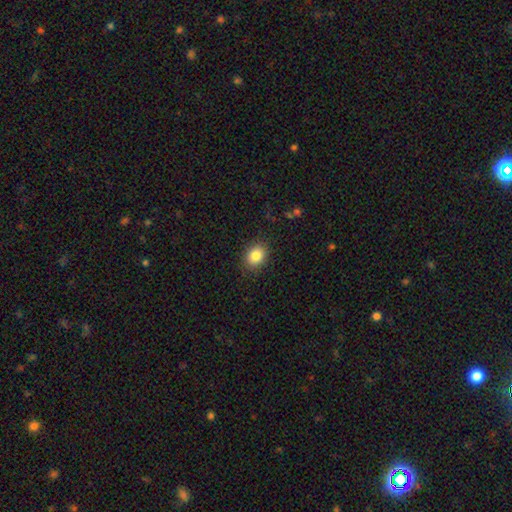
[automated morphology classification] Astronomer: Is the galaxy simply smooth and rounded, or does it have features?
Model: smooth — 85%.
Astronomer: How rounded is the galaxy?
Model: in between — 54% (runner-up: round, 45%).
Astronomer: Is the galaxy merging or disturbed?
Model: none — 87%.